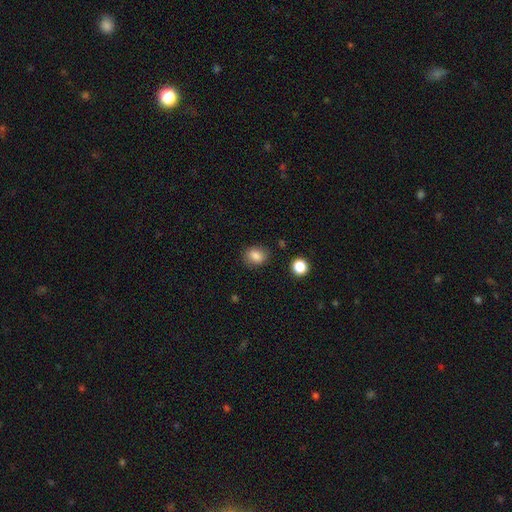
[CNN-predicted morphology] This appears to be a smooth galaxy with no disk features (84%) that is round (54%). Merging: none (82%).